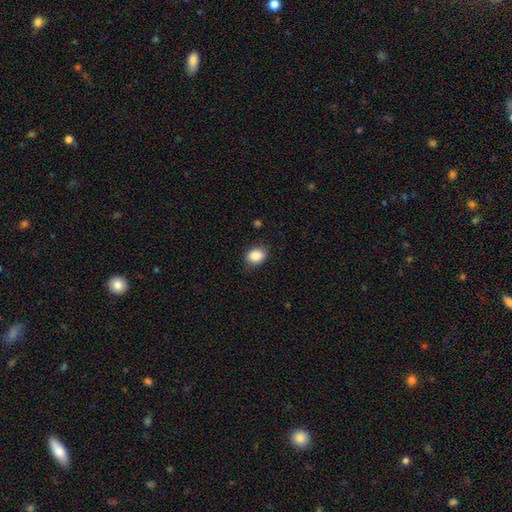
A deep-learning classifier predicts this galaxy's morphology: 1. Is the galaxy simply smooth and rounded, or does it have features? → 87% smooth, 9% star or artifact, 4% featured or disk.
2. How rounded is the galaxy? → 60% in between, 39% round, 1% cigar-shaped.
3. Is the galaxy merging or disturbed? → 81% none, 15% minor disturbance, 3% major disturbance, 1% merger.